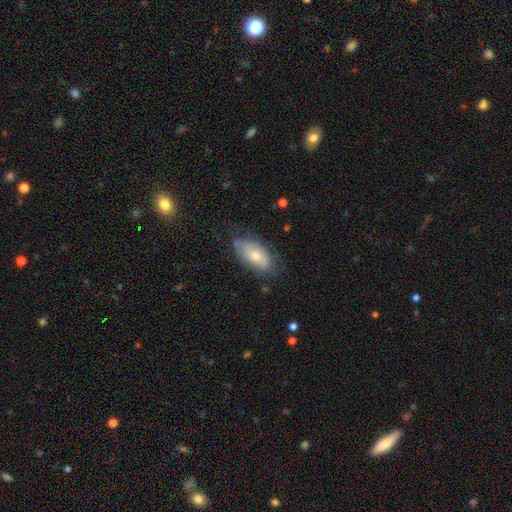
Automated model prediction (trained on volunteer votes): Smooth or featured? Predicted: smooth (p=0.64). How rounded? Predicted: in between (p=0.92). Merging? Predicted: none (p=0.64).